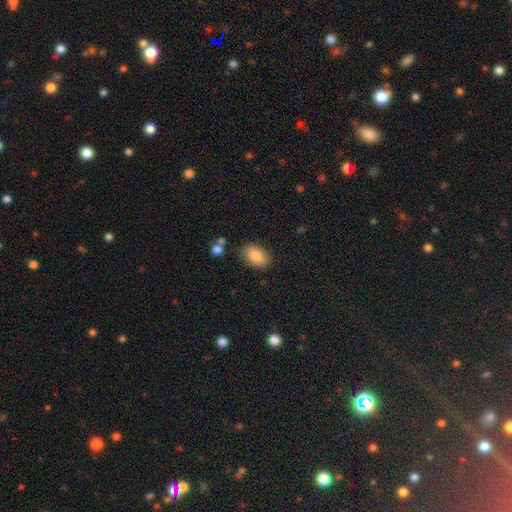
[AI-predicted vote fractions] Overall: smooth (87%). How rounded: in between (91%). Merging: none (81%).